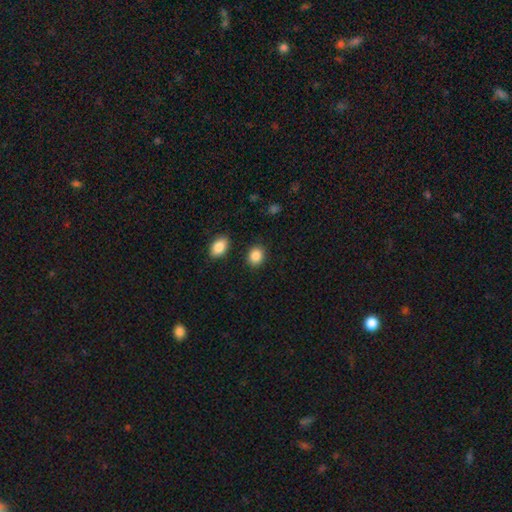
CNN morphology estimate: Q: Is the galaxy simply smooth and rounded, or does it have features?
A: smooth — 88%.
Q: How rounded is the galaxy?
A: in between — 50%.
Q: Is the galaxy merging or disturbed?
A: none — 86%.